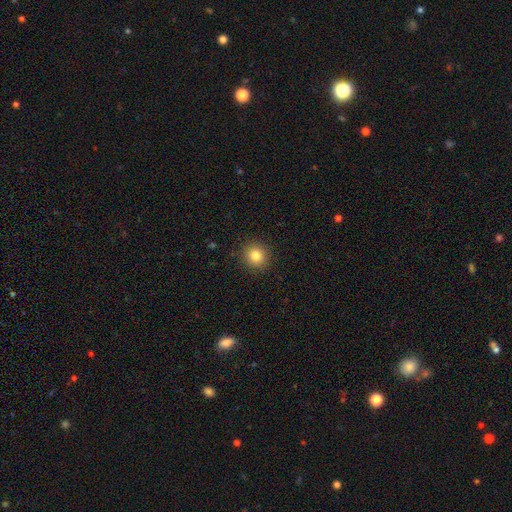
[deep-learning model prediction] smooth-or-featured: smooth: 83% | star or artifact: 11% | featured or disk: 6%
  how-rounded: round: 90% | in between: 9% | cigar-shaped: 1%
  merging: none: 91% | minor disturbance: 6% | major disturbance: 2% | merger: 1%